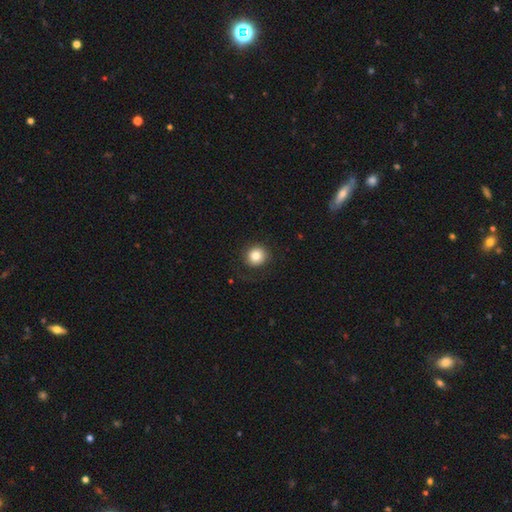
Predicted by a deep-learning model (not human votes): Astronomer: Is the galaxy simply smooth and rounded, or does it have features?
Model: smooth — 82%.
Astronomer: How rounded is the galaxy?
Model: round — 91%.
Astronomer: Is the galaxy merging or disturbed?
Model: none — 83%.